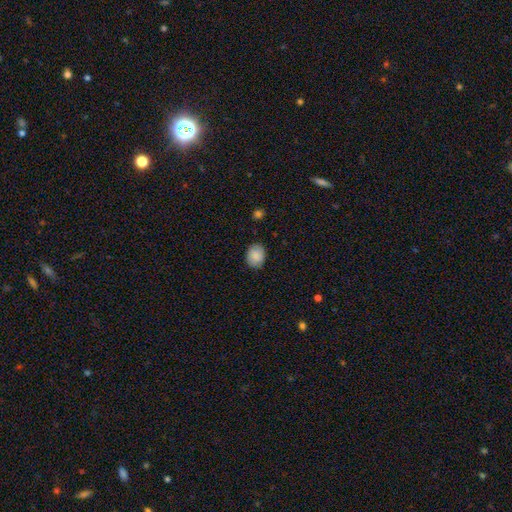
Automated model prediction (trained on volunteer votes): Morphology: type=smooth (85%); roundness=in between (52%); merging=none (84%).